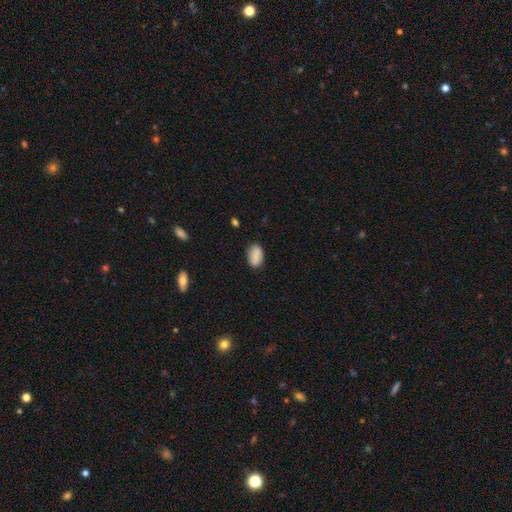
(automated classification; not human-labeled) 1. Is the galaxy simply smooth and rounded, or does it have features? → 86% smooth, 7% star or artifact, 7% featured or disk.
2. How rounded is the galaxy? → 90% in between, 9% round, 1% cigar-shaped.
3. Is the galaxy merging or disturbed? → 79% none, 15% minor disturbance, 3% major disturbance, 2% merger.